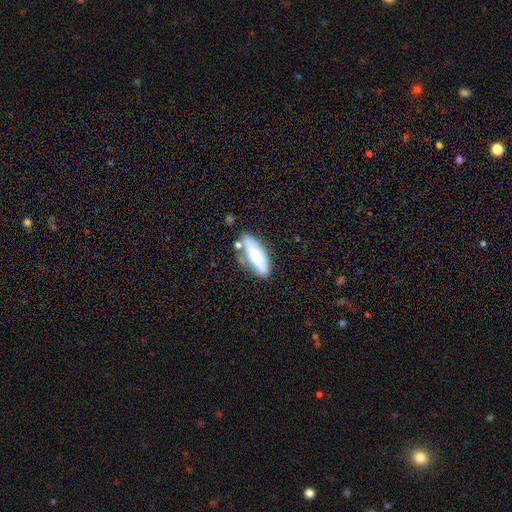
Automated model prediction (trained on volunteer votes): Overall: smooth (64%; featured or disk 30%). How rounded: in between (65%; cigar-shaped 33%). Merging: none (58%; minor disturbance 23%).